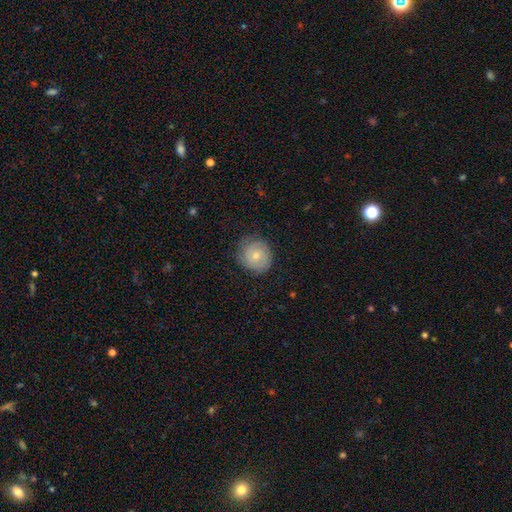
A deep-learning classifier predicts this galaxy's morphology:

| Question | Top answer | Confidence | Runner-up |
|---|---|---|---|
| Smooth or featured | smooth | 51% | featured or disk (42%) |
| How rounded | round | 82% | in between (17%) |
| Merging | none | 76% | minor disturbance (18%) |